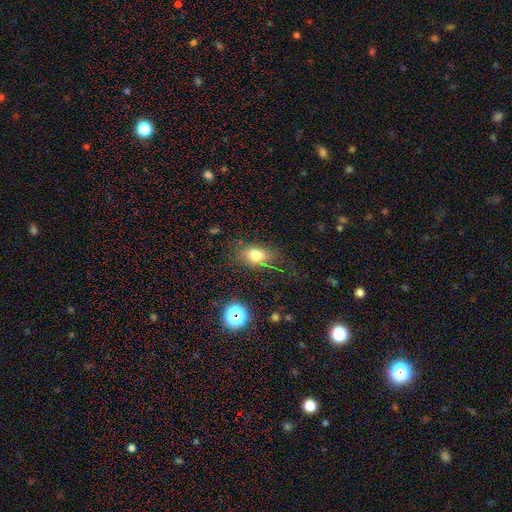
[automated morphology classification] This is likely a smooth galaxy (75%). How rounded: likely in between (71%). Merging: likely none (70%).